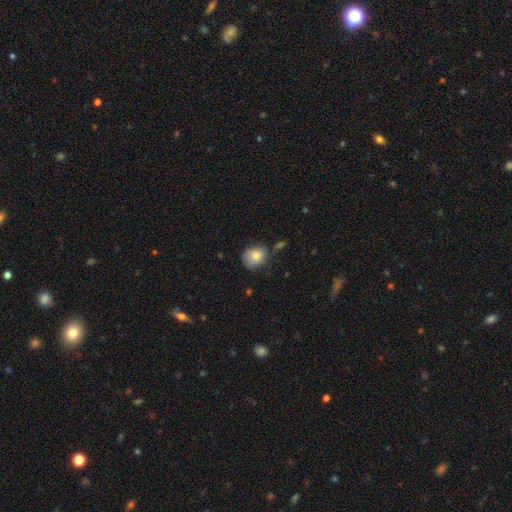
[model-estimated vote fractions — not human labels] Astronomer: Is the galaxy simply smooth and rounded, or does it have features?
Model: smooth — 82%.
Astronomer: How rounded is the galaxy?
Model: round — 61% (runner-up: in between, 38%).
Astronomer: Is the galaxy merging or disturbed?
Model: none — 64%.